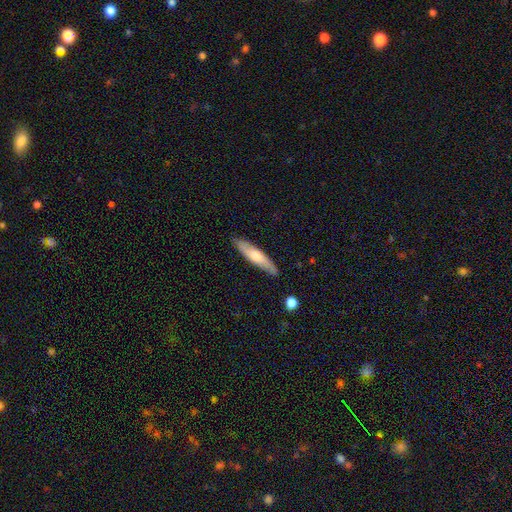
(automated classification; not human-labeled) smooth_or_featured: smooth (p=0.61) [alt: featured or disk p=0.34]
how_rounded: cigar-shaped (p=0.82) [alt: in between p=0.16]
merging: none (p=0.85) [alt: minor disturbance p=0.11]